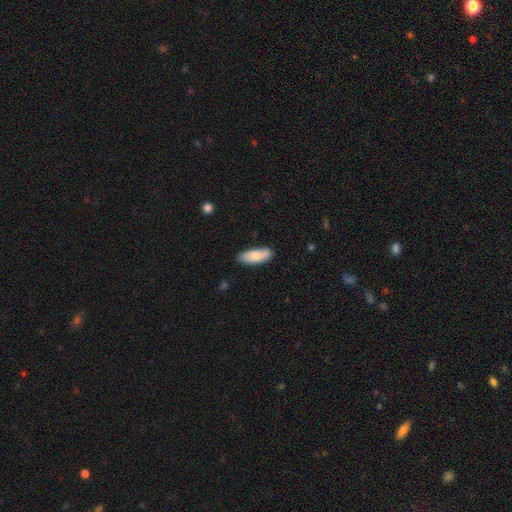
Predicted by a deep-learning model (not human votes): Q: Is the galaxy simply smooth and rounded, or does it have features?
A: smooth — 76%.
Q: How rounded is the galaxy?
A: in between — 70%.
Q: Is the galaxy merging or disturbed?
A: none — 79%.